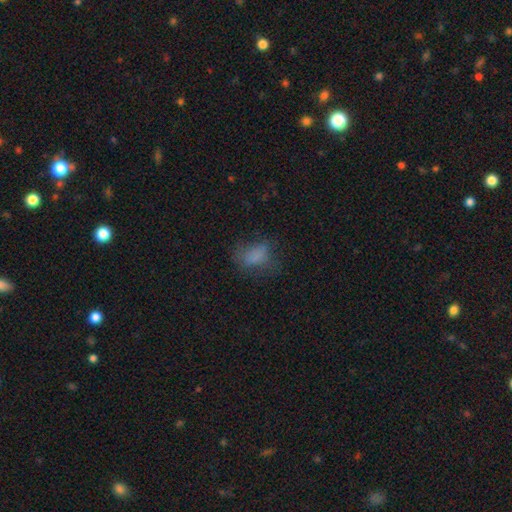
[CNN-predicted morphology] Smooth or featured: smooth — 69% (star or artifact — 16%)
How rounded: in between — 82% (round — 14%)
Merging: none — 50% (major disturbance — 25%)